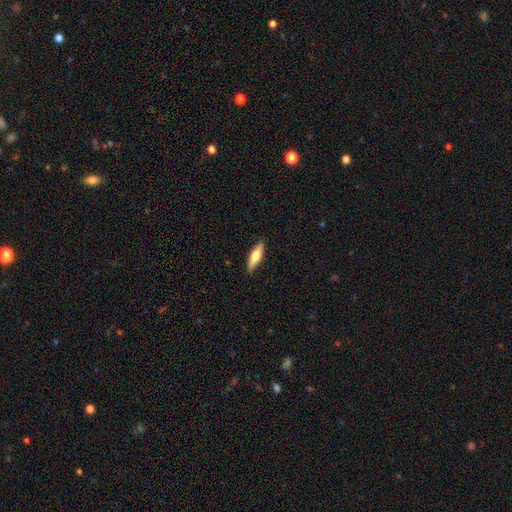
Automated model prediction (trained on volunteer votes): Smooth or featured?
  - smooth: 62% *
  - featured or disk: 32%
  - star or artifact: 6%
How rounded?
  - cigar-shaped: 56% *
  - in between: 42%
  - round: 2%
Merging?
  - none: 89% *
  - minor disturbance: 8%
  - major disturbance: 2%
  - merger: 1%